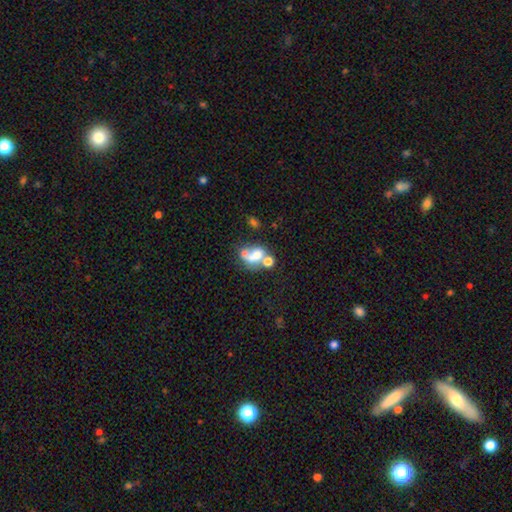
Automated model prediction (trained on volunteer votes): Smooth or featured: smooth — 51% (featured or disk — 34%)
How rounded: in between — 66% (round — 32%)
Merging: merger — 54% (none — 20%)